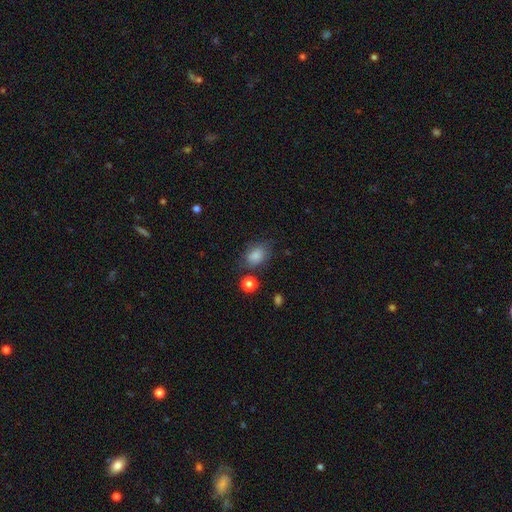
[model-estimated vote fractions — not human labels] Morphology: type=smooth (84%); roundness=in between (72%); merging=none (68%).